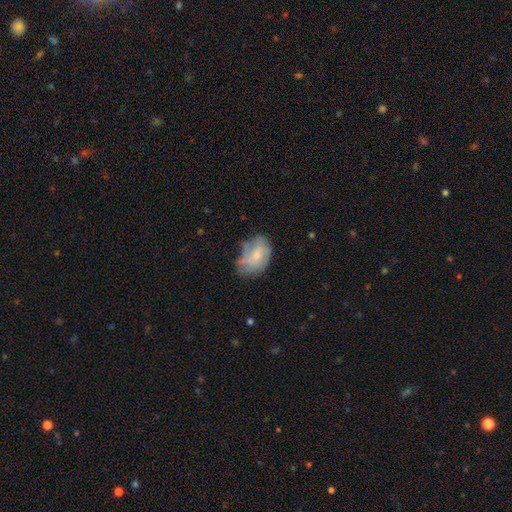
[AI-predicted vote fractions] A smooth galaxy with no disk features (62%) that is in between round and cigar-shaped (81%). Merging: none (44%).